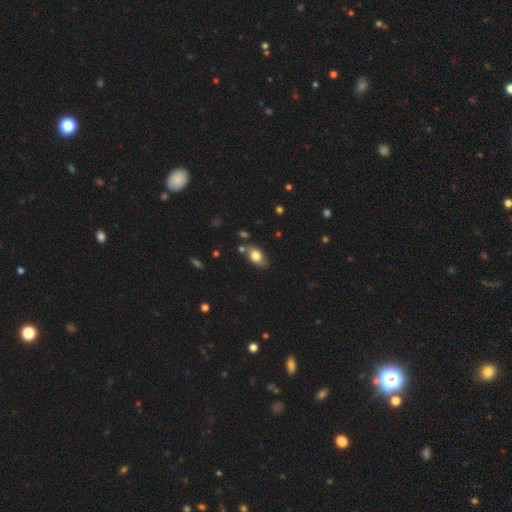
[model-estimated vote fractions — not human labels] This appears to be a smooth galaxy with no disk features (78%) that is in between round and cigar-shaped (86%). Merging: none (71%).